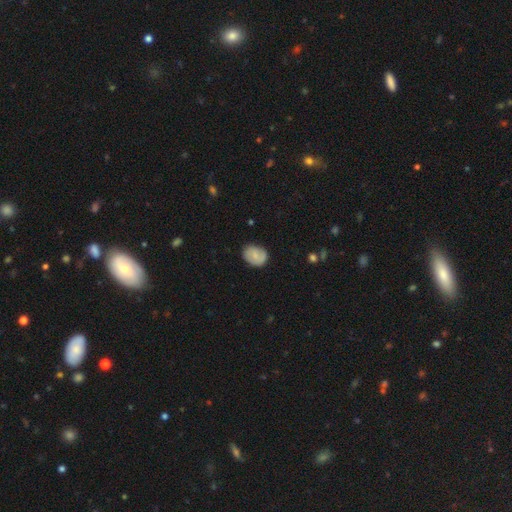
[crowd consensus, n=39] Smooth or featured? 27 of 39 (69%) said smooth. How rounded? 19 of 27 (70%) said in between. Merging? 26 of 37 (70%) said none.